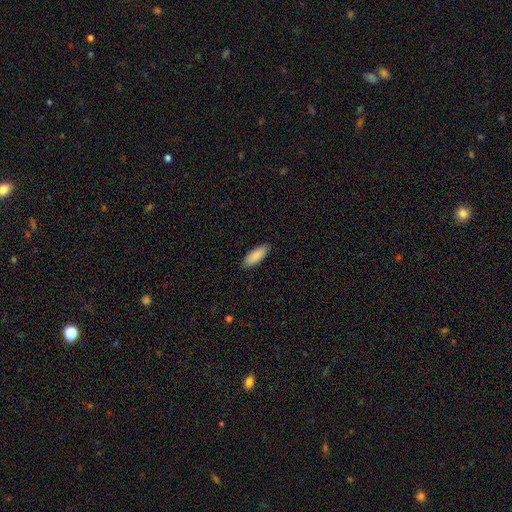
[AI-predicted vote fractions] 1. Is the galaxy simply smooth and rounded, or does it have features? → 89% smooth, 6% star or artifact, 5% featured or disk.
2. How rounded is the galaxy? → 74% in between, 25% cigar-shaped, 1% round.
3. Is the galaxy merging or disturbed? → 89% none, 9% minor disturbance, 2% major disturbance, 1% merger.